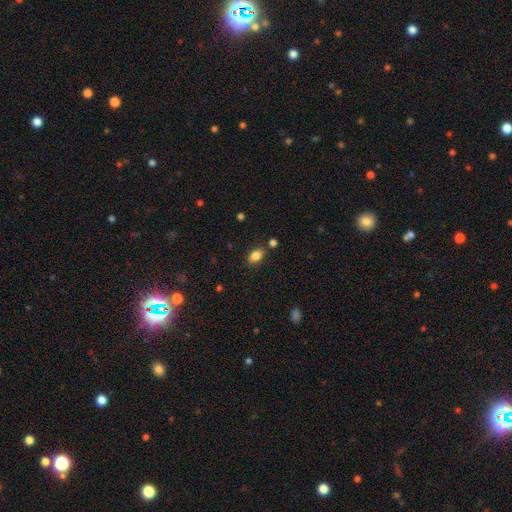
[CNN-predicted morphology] This appears to be a smooth galaxy with no disk features (84%) that is in between round and cigar-shaped (88%). Merging: none (80%).